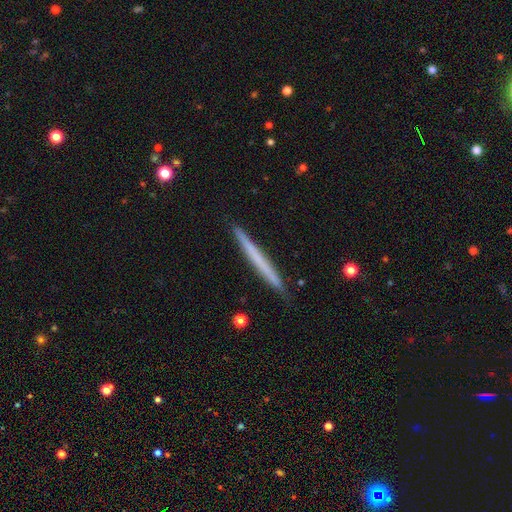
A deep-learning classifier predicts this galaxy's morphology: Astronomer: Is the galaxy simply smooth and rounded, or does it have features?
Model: smooth — 54% (runner-up: featured or disk, 40%).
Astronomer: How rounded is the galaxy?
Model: cigar-shaped — 97%.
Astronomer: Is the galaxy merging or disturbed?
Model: none — 91%.